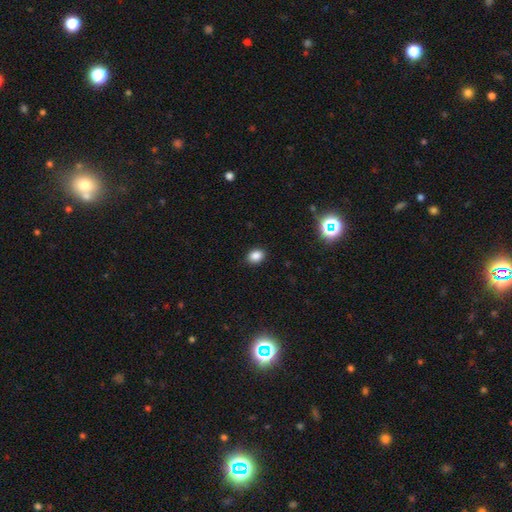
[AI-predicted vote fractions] Smooth or featured?
  - smooth: 85% *
  - star or artifact: 11%
  - featured or disk: 4%
How rounded?
  - in between: 66% *
  - round: 33%
  - cigar-shaped: 1%
Merging?
  - none: 88% *
  - minor disturbance: 9%
  - major disturbance: 2%
  - merger: 1%